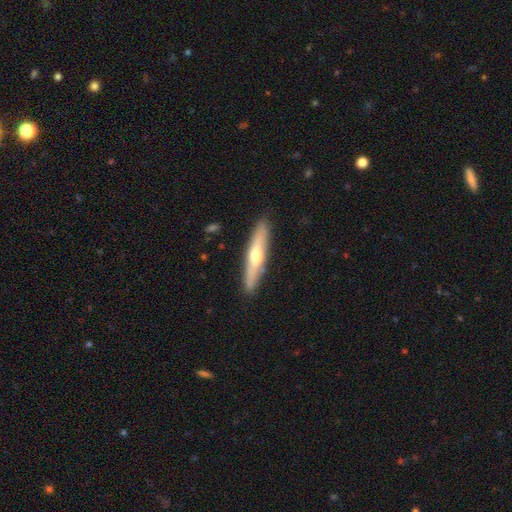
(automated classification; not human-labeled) Overall: featured or disk (50%; smooth 44%). Edge-on disk: yes (88%). Merging: none (88%).